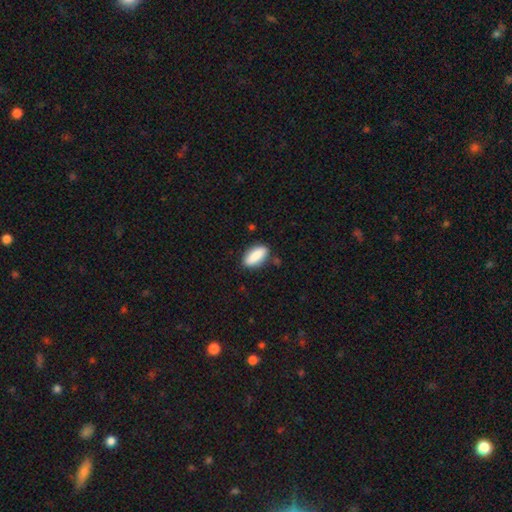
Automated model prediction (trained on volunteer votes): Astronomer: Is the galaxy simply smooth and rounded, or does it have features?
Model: smooth — 86%.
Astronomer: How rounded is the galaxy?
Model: in between — 77%.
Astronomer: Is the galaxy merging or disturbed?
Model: none — 84%.